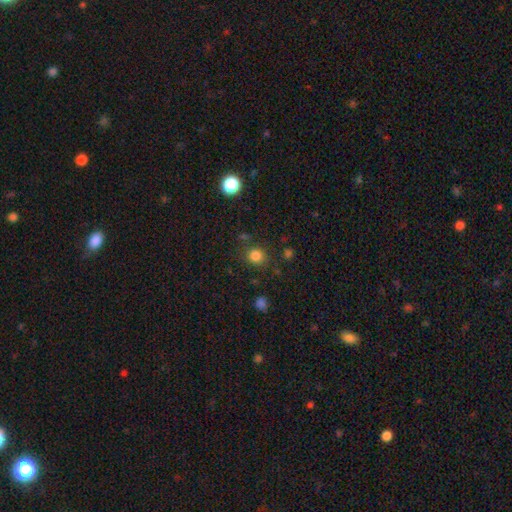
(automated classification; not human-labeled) A smooth galaxy with no disk features (81%) that is round (84%). Merging: none (80%).